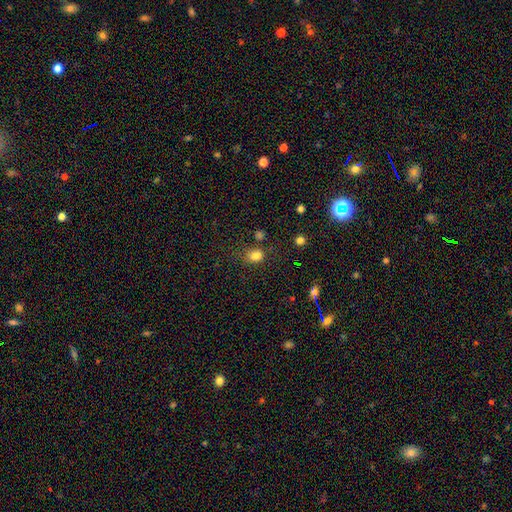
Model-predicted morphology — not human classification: Overall: smooth (75%). How rounded: in between (57%; round 42%). Merging: none (56%; merger 18%).